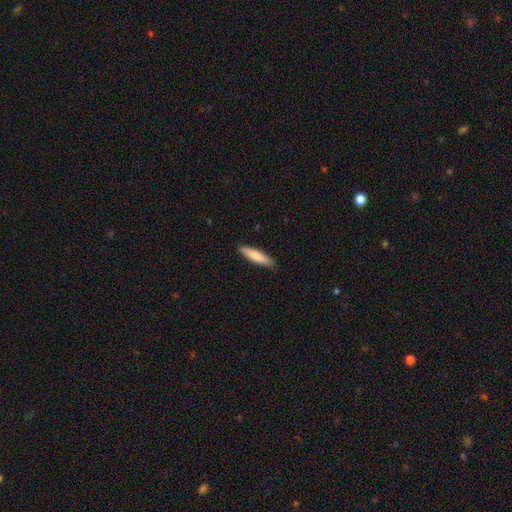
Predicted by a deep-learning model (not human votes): Smooth or featured? smooth (82%)
How rounded? cigar-shaped (78%)
Merging? none (89%)